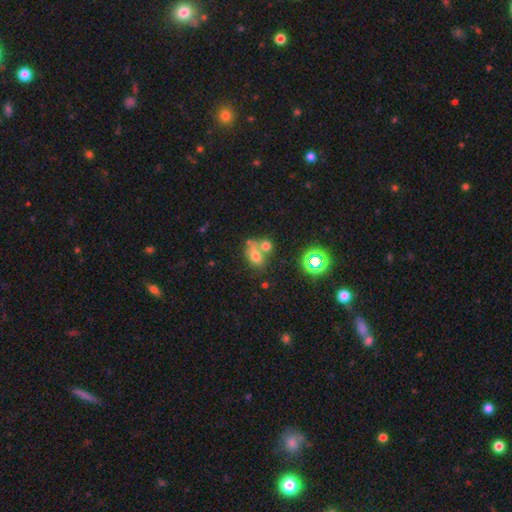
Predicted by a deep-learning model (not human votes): smooth_or_featured: smooth (p=0.61) [alt: star or artifact p=0.21]
how_rounded: in between (p=0.62) [alt: round p=0.37]
merging: merger (p=0.49) [alt: none p=0.32]